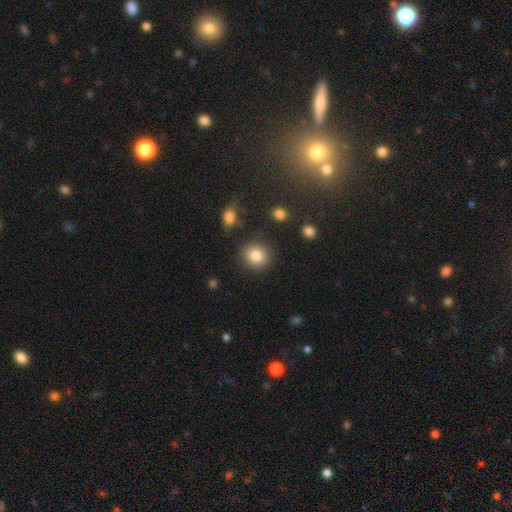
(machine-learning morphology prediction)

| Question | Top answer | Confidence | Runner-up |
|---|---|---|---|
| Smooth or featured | smooth | 84% | star or artifact (9%) |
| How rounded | round | 88% | in between (11%) |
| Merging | none | 88% | minor disturbance (7%) |